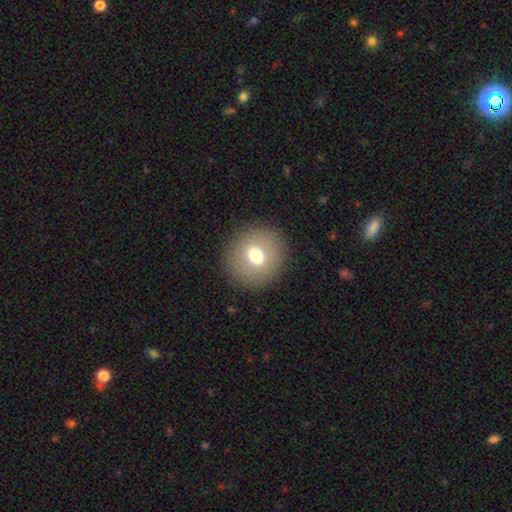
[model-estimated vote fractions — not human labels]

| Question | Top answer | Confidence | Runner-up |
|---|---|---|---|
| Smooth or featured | smooth | 67% | featured or disk (23%) |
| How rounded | round | 85% | in between (14%) |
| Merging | none | 89% | minor disturbance (7%) |